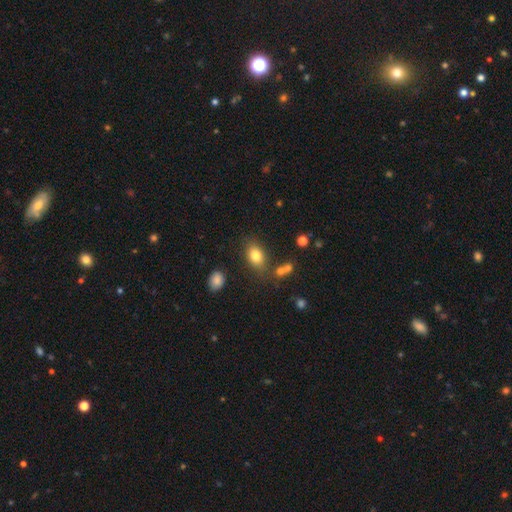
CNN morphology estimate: smooth-or-featured: smooth: 80% | featured or disk: 10% | star or artifact: 10%
  how-rounded: in between: 82% | round: 16% | cigar-shaped: 2%
  merging: none: 74% | minor disturbance: 14% | merger: 8% | major disturbance: 5%